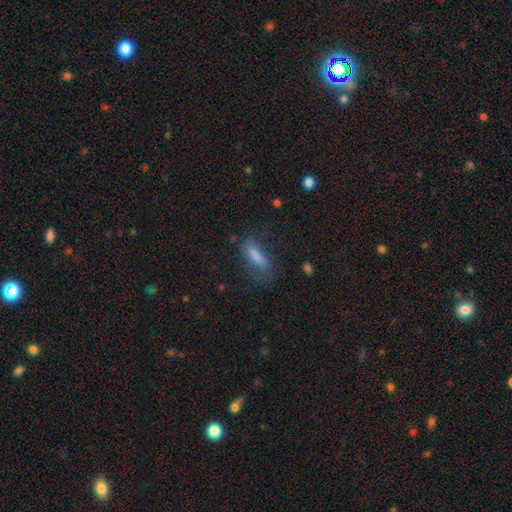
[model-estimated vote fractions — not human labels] Smooth or featured? smooth (67%)
How rounded? cigar-shaped (54%)
Merging? none (58%)